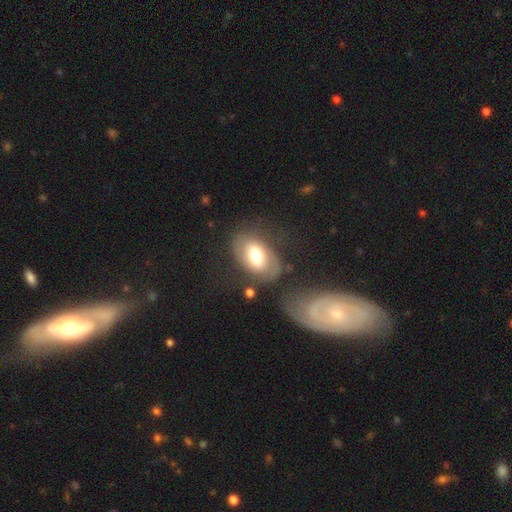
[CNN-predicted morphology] type=smooth (48%); merging=none (64%).